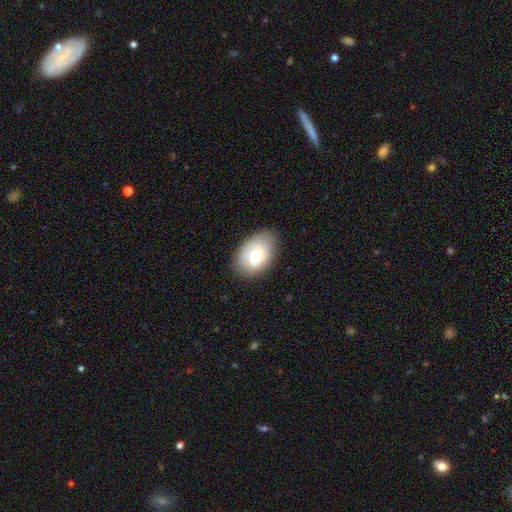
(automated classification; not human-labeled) Smooth or featured: smooth — 54% (featured or disk — 39%)
How rounded: in between — 83% (round — 16%)
Merging: none — 79% (minor disturbance — 16%)